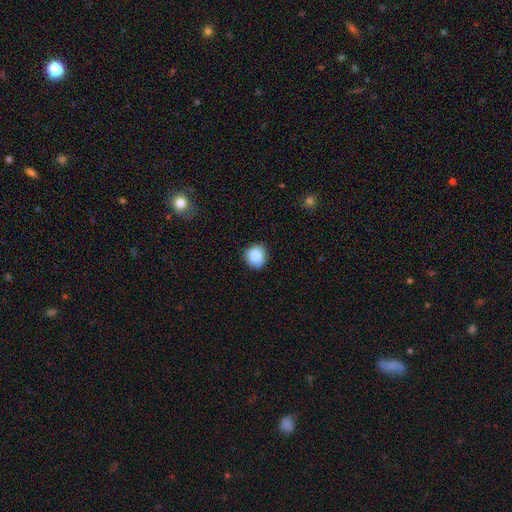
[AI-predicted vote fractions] smooth_or_featured: smooth (p=0.86) [alt: star or artifact p=0.09]
how_rounded: round (p=0.89) [alt: in between p=0.10]
merging: none (p=0.85) [alt: minor disturbance p=0.12]